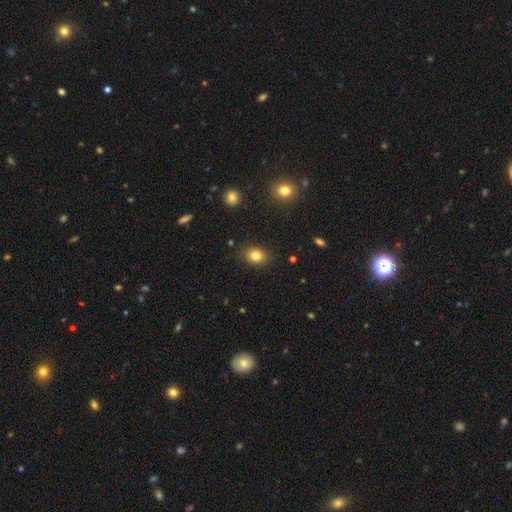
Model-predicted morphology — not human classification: Overall: smooth (81%). How rounded: in between (70%). Merging: none (85%).